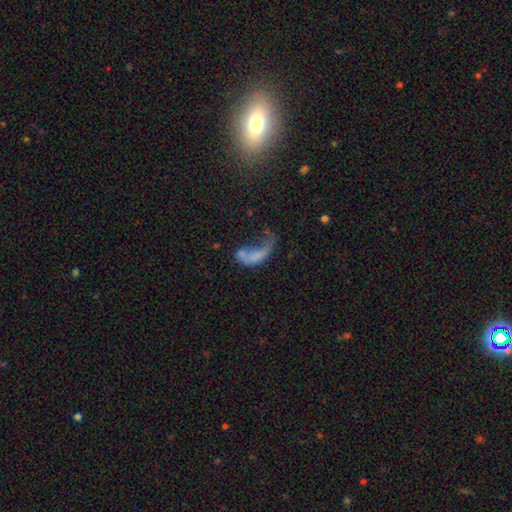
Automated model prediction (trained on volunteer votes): smooth-or-featured: smooth: 51% | featured or disk: 38% | star or artifact: 11%
  how-rounded: in between: 78% | cigar-shaped: 12% | round: 10%
  merging: major disturbance: 51% | merger: 20% | none: 17% | minor disturbance: 12%